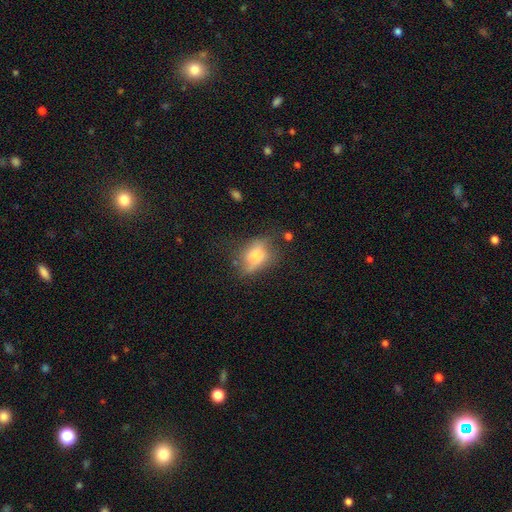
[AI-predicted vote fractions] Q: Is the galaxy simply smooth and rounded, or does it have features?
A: smooth — 57%.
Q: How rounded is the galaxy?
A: in between — 71%.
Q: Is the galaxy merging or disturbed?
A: none — 53%.